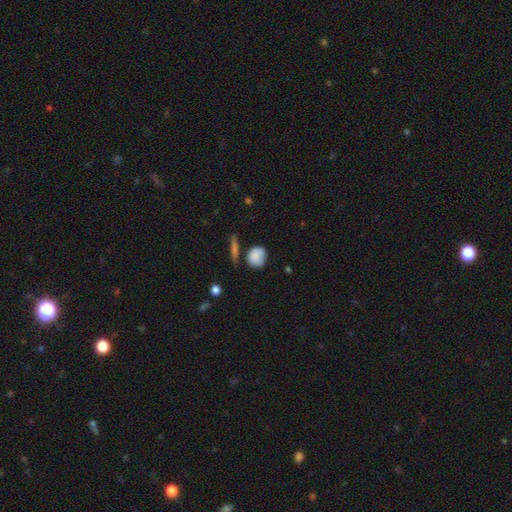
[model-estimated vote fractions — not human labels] A smooth galaxy with no disk features (83%) that is round (71%). Merging: none (59%).